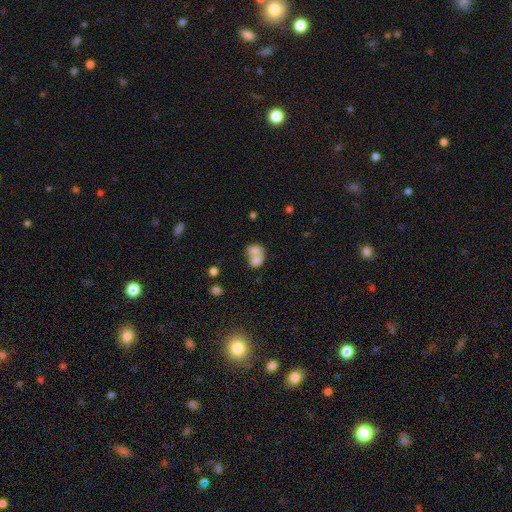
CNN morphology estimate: Smooth or featured? Predicted: smooth (p=0.75). How rounded? Predicted: in between (p=0.59). Merging? Predicted: merger (p=0.71).